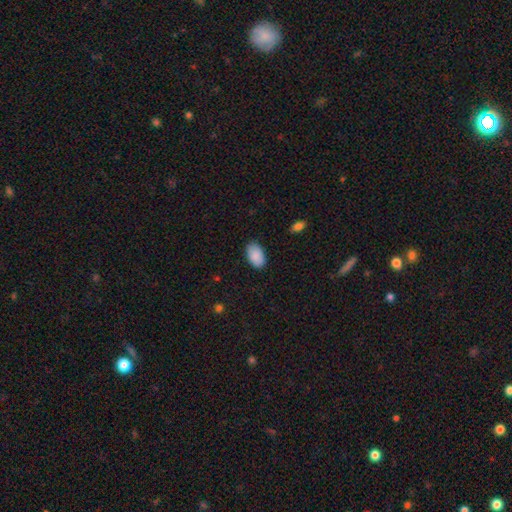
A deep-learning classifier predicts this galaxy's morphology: This is clearly a smooth galaxy (90%). How rounded: clearly in between (94%). Merging: clearly none (86%).